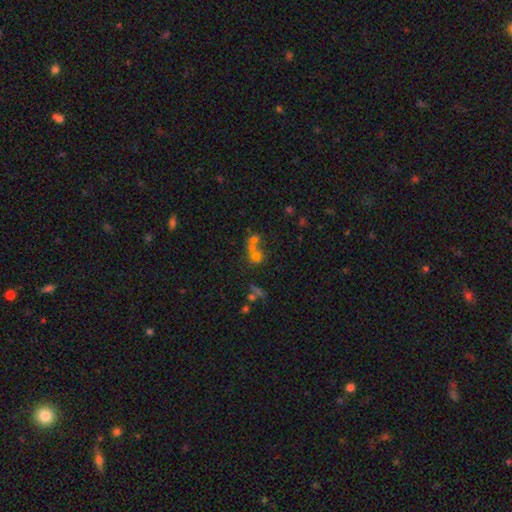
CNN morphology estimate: Smooth or featured?
  - smooth: 54% *
  - star or artifact: 24%
  - featured or disk: 22%
How rounded?
  - round: 61% *
  - in between: 36%
  - cigar-shaped: 2%
Merging?
  - merger: 55% *
  - none: 27%
  - major disturbance: 10%
  - minor disturbance: 8%